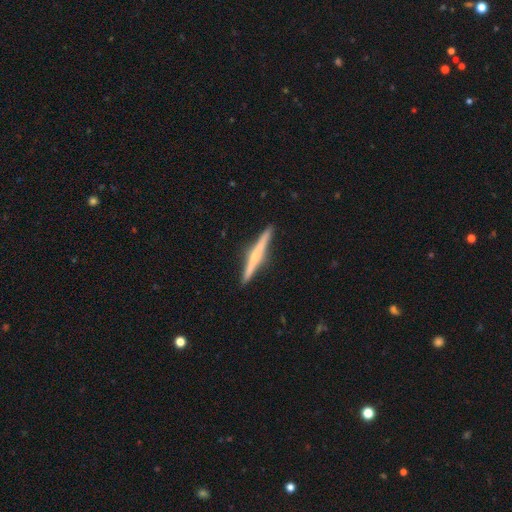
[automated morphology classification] smooth-or-featured: featured or disk: 64% | smooth: 30% | star or artifact: 5%
  disk-edge-on: yes: 98% | no: 2%
    edge-on-bulge: rounded: 53% | none: 34% | boxy: 13%
  merging: none: 92% | minor disturbance: 6% | major disturbance: 1% | merger: 1%